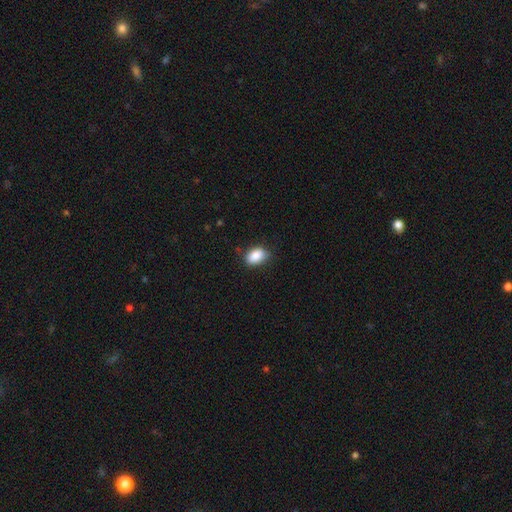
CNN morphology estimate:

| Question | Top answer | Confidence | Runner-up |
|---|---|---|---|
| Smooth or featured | smooth | 88% | star or artifact (8%) |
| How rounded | in between | 85% | round (13%) |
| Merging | none | 76% | minor disturbance (19%) |